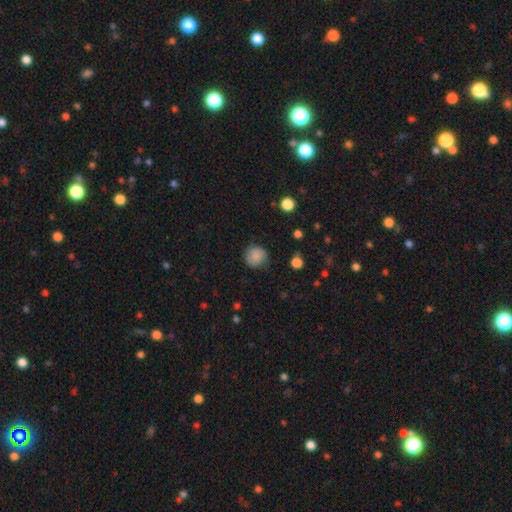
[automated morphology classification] Smooth or featured? Predicted: smooth (p=0.83). How rounded? Predicted: round (p=0.88). Merging? Predicted: none (p=0.76).